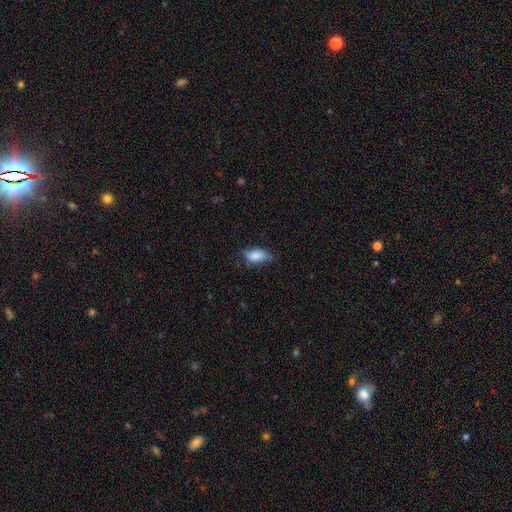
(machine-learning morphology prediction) This appears to be a smooth galaxy with no disk features (80%) that is in between round and cigar-shaped (88%). Merging: none (53%).